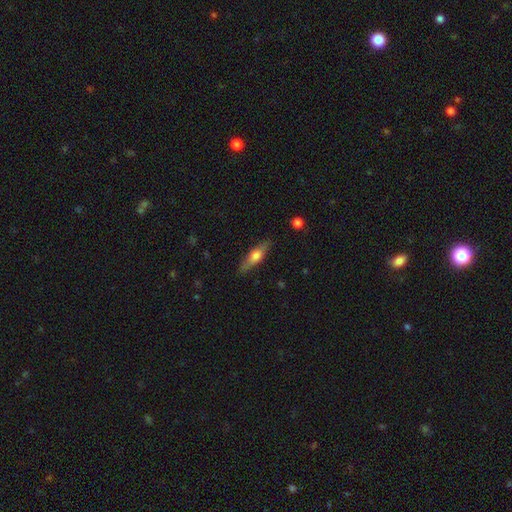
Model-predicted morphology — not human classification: Smooth or featured: featured or disk — 51% (smooth — 43%)
Edge-on disk: yes — 91% (no — 9%)
Merging: none — 85% (minor disturbance — 11%)